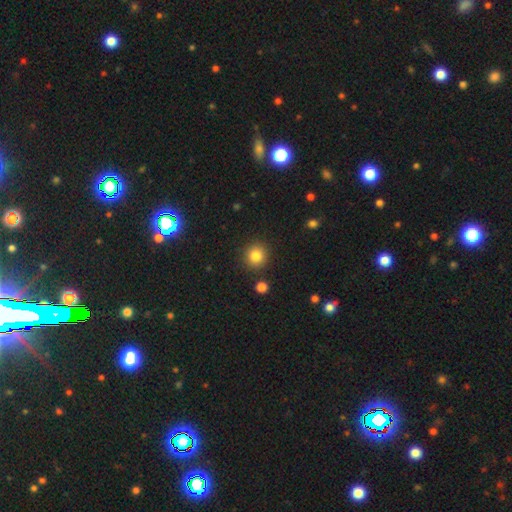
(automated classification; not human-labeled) Morphology: type=smooth (83%); roundness=round (92%); merging=none (89%).